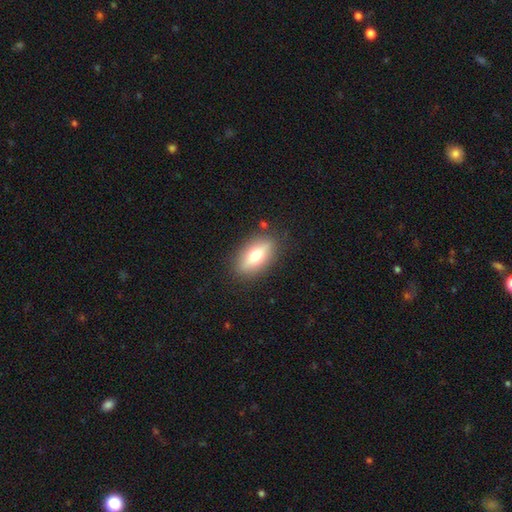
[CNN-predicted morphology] Overall: smooth (58%; featured or disk 35%). How rounded: in between (78%). Merging: none (86%).